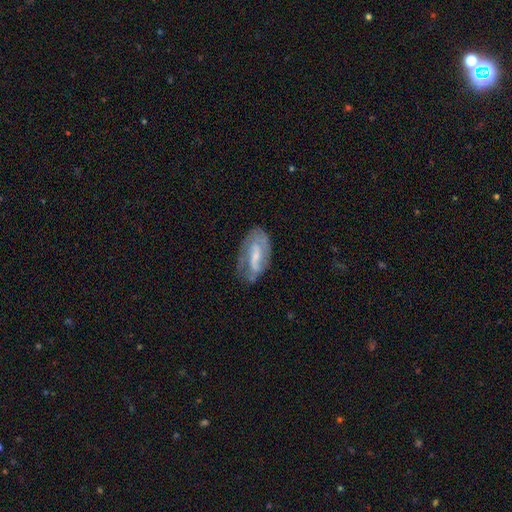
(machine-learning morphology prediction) The model was most divided on "bar": weak: 43%, strong: 33%, no: 24%. Remaining: edge-on disk — no (93%); spiral arms — yes (73%); smooth or featured — featured or disk (65%); merging — none (59%); bulge size — small (48%).